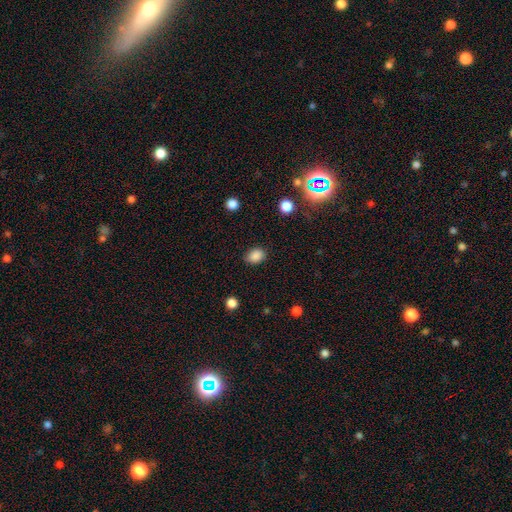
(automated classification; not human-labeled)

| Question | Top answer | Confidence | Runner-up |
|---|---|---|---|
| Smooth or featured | smooth | 87% | star or artifact (10%) |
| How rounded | in between | 64% | round (35%) |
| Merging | none | 83% | minor disturbance (12%) |